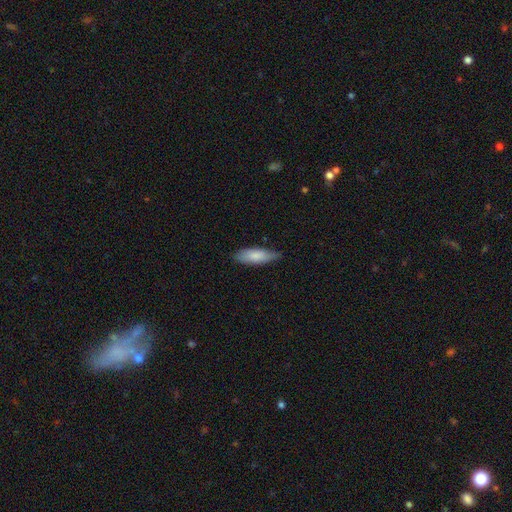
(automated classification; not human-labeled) This appears to be a smooth galaxy with no disk features (82%) that is in between round and cigar-shaped (61%). Merging: none (74%).